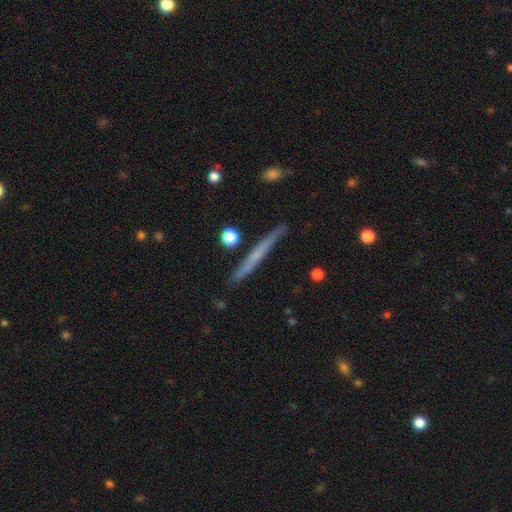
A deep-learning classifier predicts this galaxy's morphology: Smooth or featured?
  - featured or disk: 48% *
  - smooth: 46%
  - star or artifact: 6%
Merging?
  - none: 88% *
  - minor disturbance: 9%
  - merger: 2%
  - major disturbance: 2%